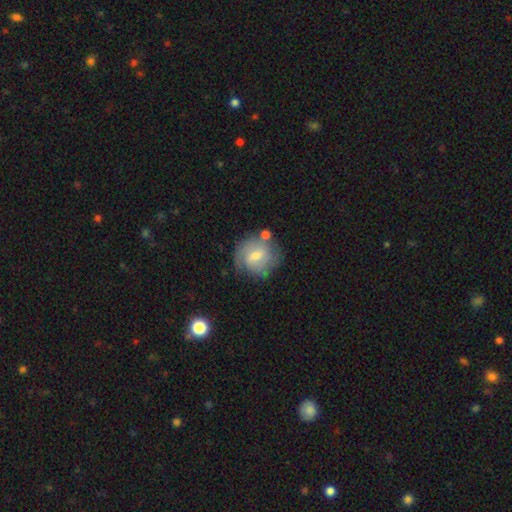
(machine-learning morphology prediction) A featured or disk galaxy (52%). Merging: none (64%).